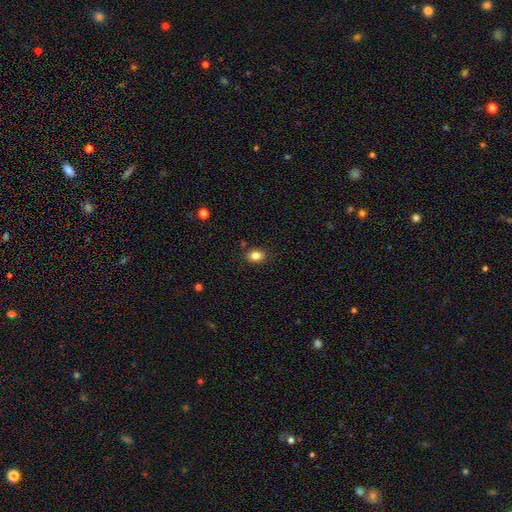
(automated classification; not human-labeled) Smooth or featured? Predicted: smooth (p=0.84). How rounded? Predicted: in between (p=0.70). Merging? Predicted: none (p=0.85).